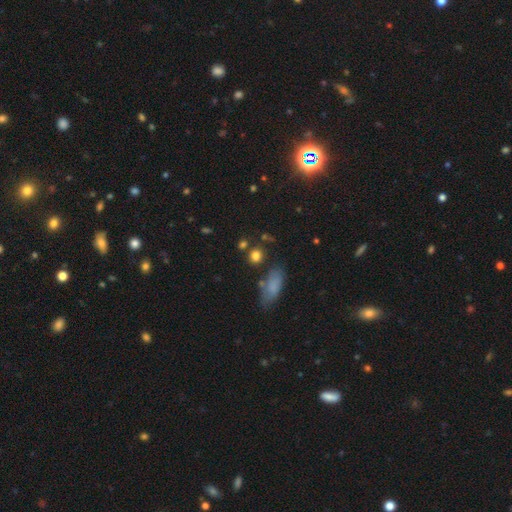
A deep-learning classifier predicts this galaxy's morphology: This is clearly a smooth galaxy (81%). How rounded: likely round (75%). Merging: likely none (76%).